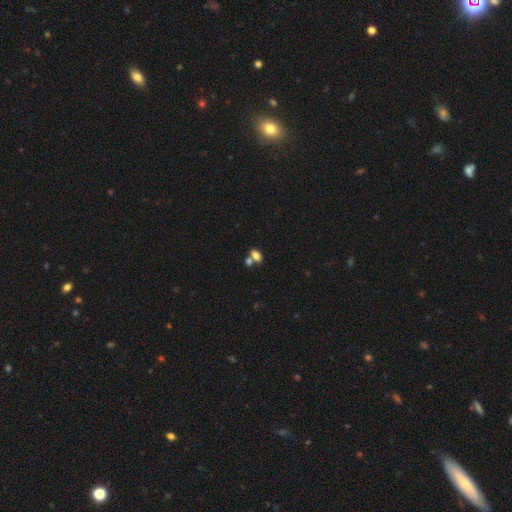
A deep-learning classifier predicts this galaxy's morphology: A smooth galaxy with no disk features (79%) that is in between round and cigar-shaped (85%). Merging: merger (46%).